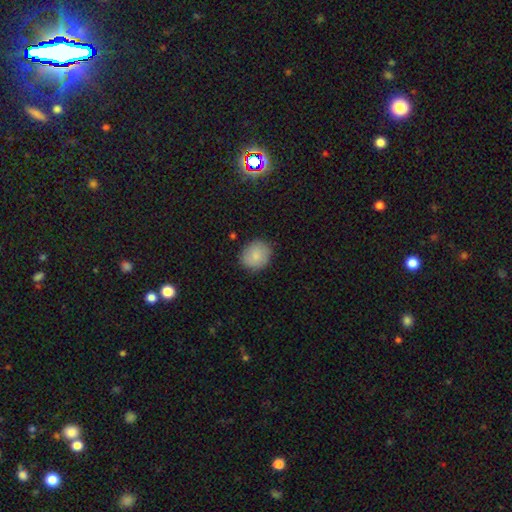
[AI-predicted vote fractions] Smooth or featured: smooth — 85% (featured or disk — 8%)
How rounded: round — 78% (in between — 22%)
Merging: none — 86% (minor disturbance — 11%)